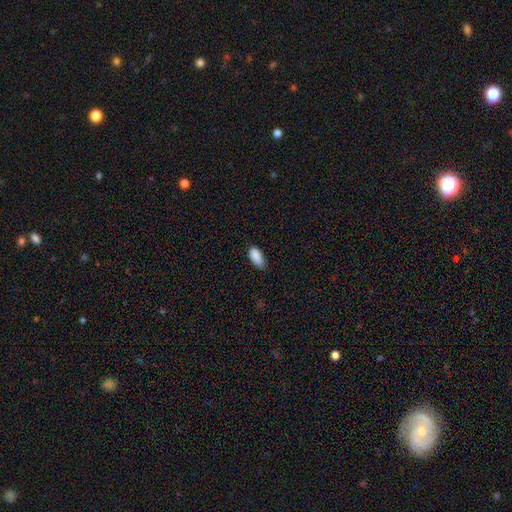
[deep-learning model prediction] smooth_or_featured: smooth (p=0.89) [alt: star or artifact p=0.07]
how_rounded: in between (p=0.91) [alt: cigar-shaped p=0.07]
merging: none (p=0.66) [alt: minor disturbance p=0.29]